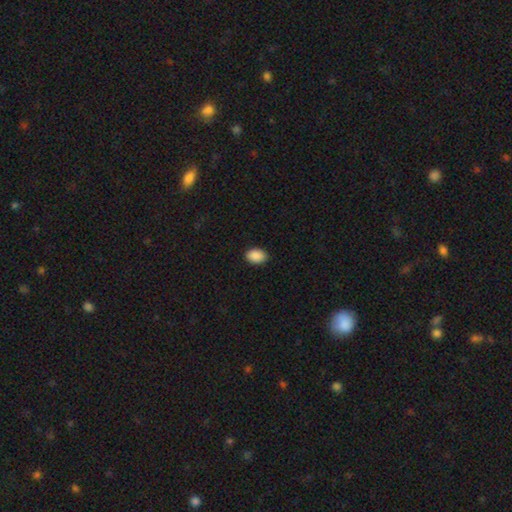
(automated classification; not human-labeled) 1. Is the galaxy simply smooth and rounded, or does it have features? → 90% smooth, 8% star or artifact, 2% featured or disk.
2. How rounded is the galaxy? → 83% in between, 16% round, 1% cigar-shaped.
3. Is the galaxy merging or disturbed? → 89% none, 8% minor disturbance, 2% major disturbance, 1% merger.